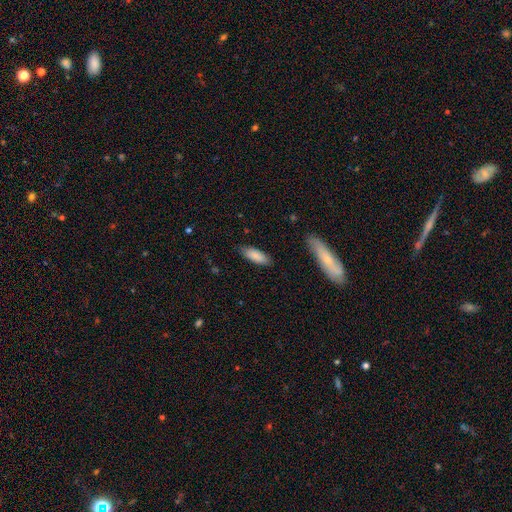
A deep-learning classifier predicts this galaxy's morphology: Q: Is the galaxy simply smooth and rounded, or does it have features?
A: smooth — 86%.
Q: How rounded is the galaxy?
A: in between — 68%.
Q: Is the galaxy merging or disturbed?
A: none — 83%.